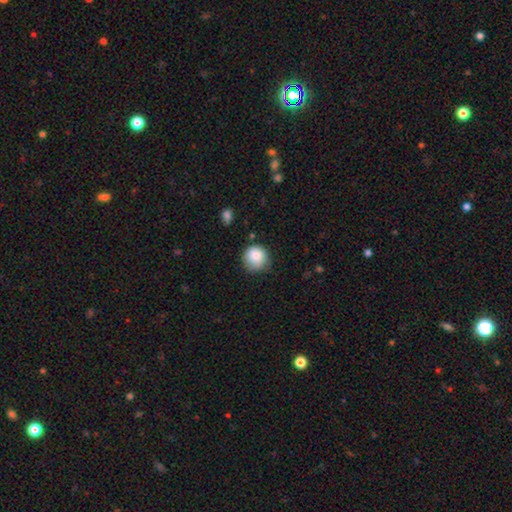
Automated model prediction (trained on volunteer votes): This appears to be a smooth galaxy with no disk features (84%) that is round (92%). Merging: none (72%).